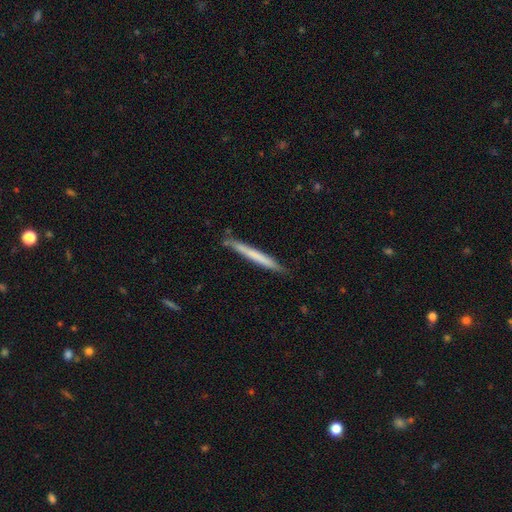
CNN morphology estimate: Smooth or featured? smooth (60%)
How rounded? cigar-shaped (97%)
Merging? none (85%)